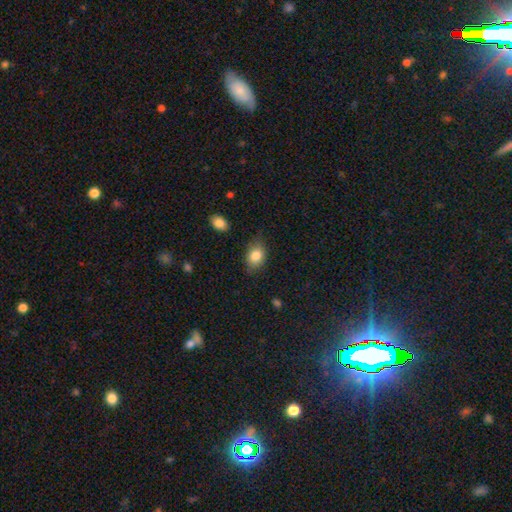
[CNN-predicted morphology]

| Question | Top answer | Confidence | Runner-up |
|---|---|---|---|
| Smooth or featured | smooth | 82% | featured or disk (9%) |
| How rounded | in between | 78% | round (21%) |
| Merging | none | 74% | minor disturbance (21%) |